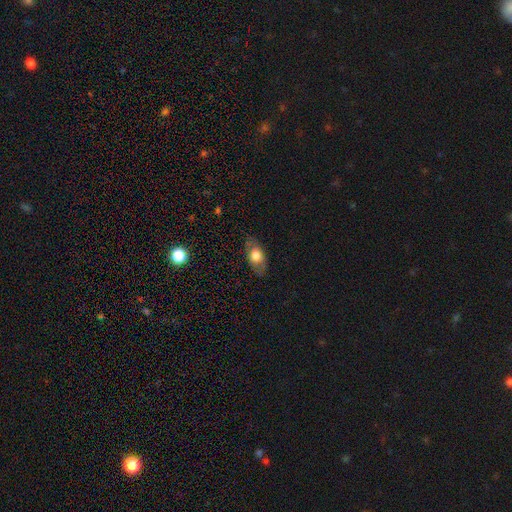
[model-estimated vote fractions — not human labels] Smooth or featured?
  - smooth: 62% *
  - featured or disk: 30%
  - star or artifact: 8%
How rounded?
  - in between: 84% *
  - round: 11%
  - cigar-shaped: 6%
Merging?
  - none: 78% *
  - minor disturbance: 16%
  - major disturbance: 5%
  - merger: 1%